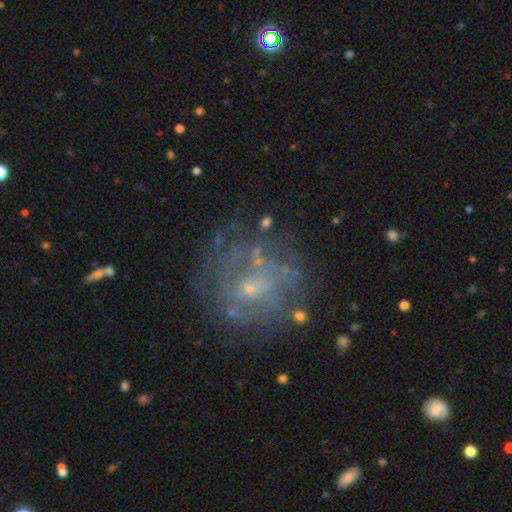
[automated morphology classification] Smooth or featured: featured or disk — 67% (smooth — 20%)
Edge-on disk: no — 98% (yes — 2%)
Bar: no — 72% (weak — 24%)
Spiral arms: yes — 58% (no — 42%)
Bulge size: small — 74% (moderate — 16%)
Merging: none — 64% (minor disturbance — 18%)